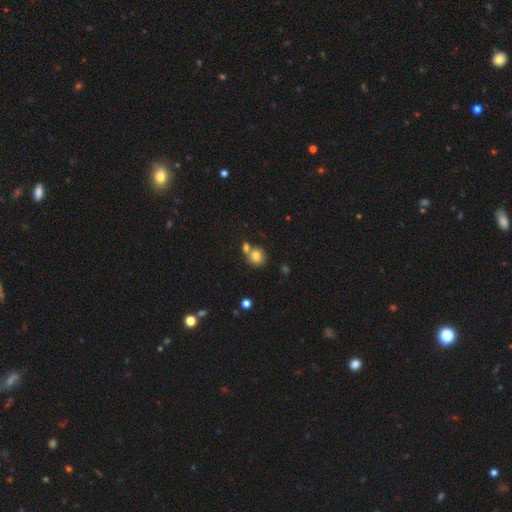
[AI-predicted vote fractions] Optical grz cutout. It shows a smooth galaxy with no disk features (78%) that is round (82%). Merging: none (54%).